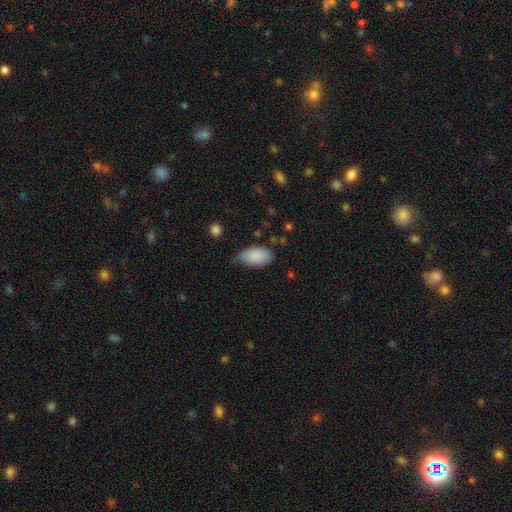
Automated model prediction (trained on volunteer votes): This is clearly a smooth galaxy (89%). How rounded: clearly in between (94%). Merging: likely none (63%).